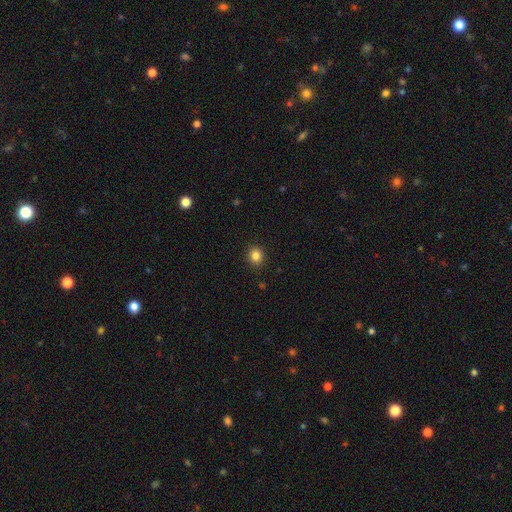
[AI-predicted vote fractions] Smooth or featured: smooth — 84% (star or artifact — 11%)
How rounded: round — 81% (in between — 18%)
Merging: none — 91% (minor disturbance — 6%)